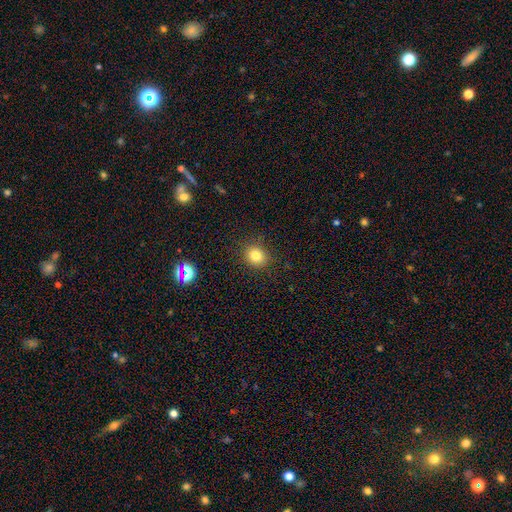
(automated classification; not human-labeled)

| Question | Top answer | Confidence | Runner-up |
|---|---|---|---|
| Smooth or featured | smooth | 80% | star or artifact (13%) |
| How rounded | round | 76% | in between (23%) |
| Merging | none | 87% | minor disturbance (9%) |